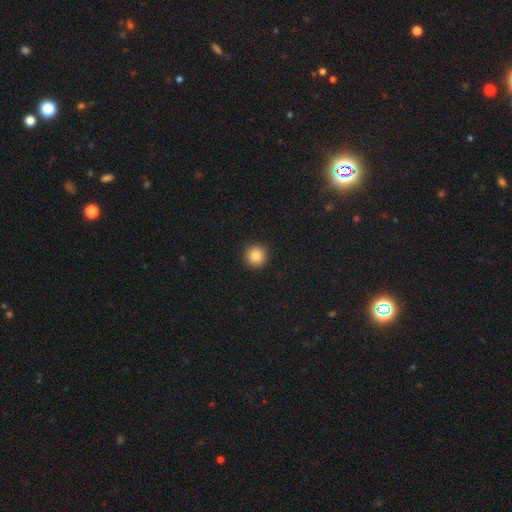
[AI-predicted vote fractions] A smooth galaxy with no disk features (83%) that is round (96%).

Vote fractions:
- Smooth or featured? smooth: 83% / star or artifact: 11% / featured or disk: 6%
- How rounded? round: 96% / in between: 3% / cigar-shaped: 1%
- Merging? none: 94% / minor disturbance: 4% / major disturbance: 1% / merger: 1%